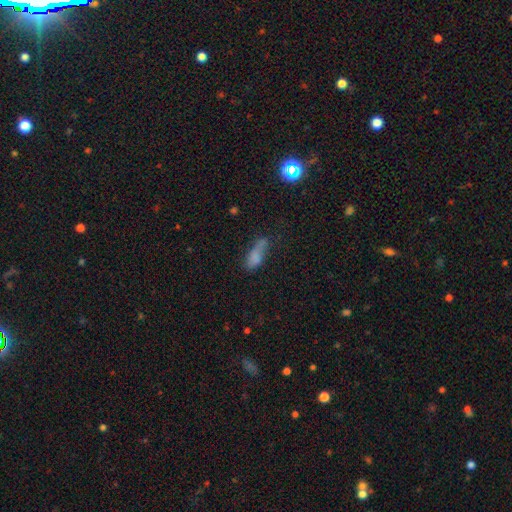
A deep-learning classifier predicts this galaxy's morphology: Smooth or featured: smooth — 71% (featured or disk — 17%)
How rounded: in between — 67% (cigar-shaped — 29%)
Merging: none — 37% (minor disturbance — 31%)